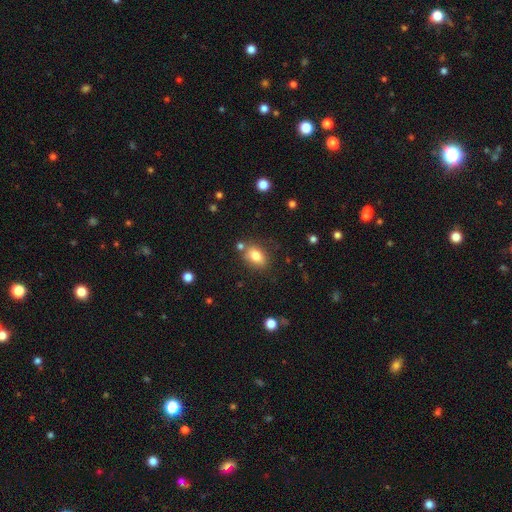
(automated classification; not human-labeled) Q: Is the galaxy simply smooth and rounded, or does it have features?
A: smooth — 81%.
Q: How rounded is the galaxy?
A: in between — 77%.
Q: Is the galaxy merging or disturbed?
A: none — 73%.